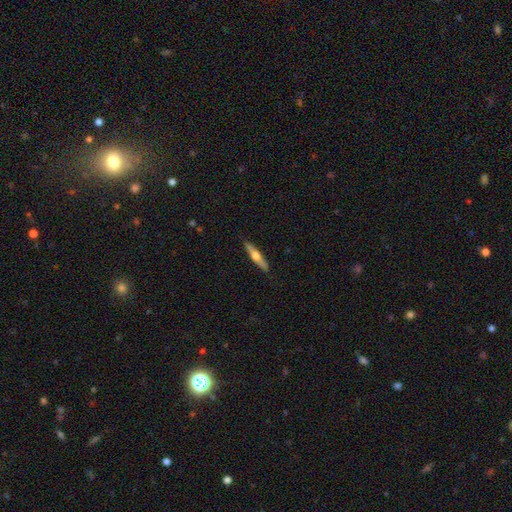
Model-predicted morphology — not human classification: Smooth or featured? Predicted: featured or disk (p=0.58). Edge-on disk? Predicted: yes (p=0.96). Edge-on bulge? Predicted: rounded (p=0.93). Merging? Predicted: none (p=0.90).